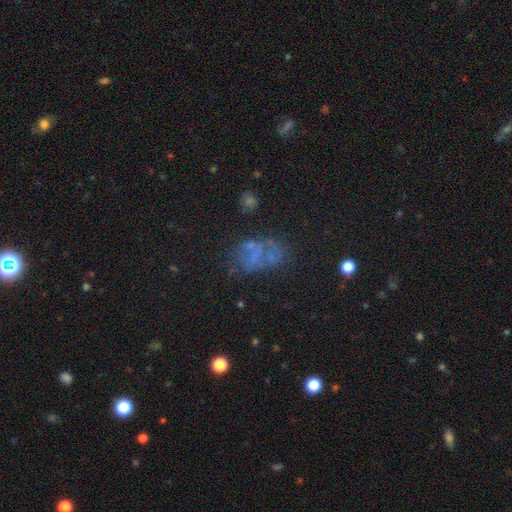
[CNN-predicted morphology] Smooth or featured? Predicted: featured or disk (p=0.40). Merging? Predicted: none (p=0.45).